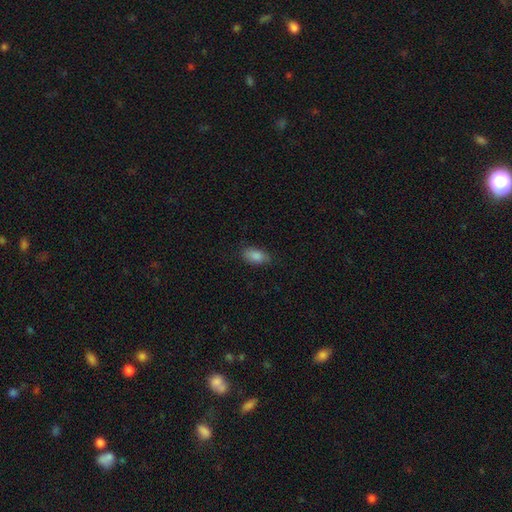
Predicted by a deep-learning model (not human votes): Smooth or featured? Predicted: smooth (p=0.86). How rounded? Predicted: in between (p=0.91). Merging? Predicted: none (p=0.81).